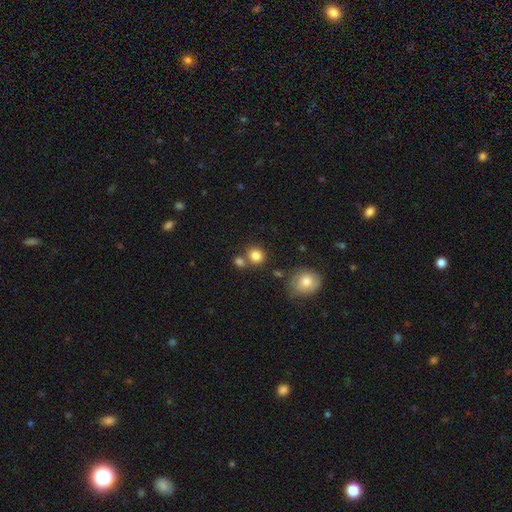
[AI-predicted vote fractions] smooth_or_featured: smooth (p=0.83) [alt: star or artifact p=0.11]
how_rounded: round (p=0.82) [alt: in between p=0.17]
merging: none (p=0.67) [alt: merger p=0.20]